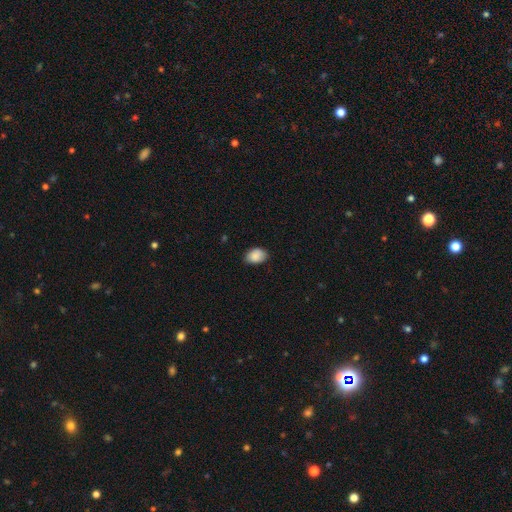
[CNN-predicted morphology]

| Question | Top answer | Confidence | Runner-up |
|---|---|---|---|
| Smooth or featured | smooth | 89% | star or artifact (7%) |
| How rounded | in between | 83% | round (16%) |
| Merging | none | 80% | minor disturbance (16%) |